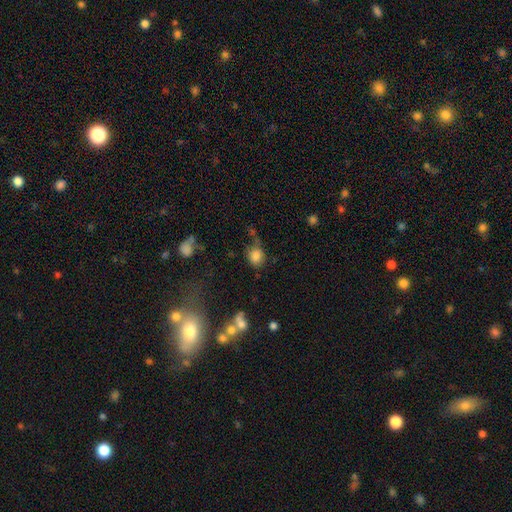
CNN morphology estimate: A smooth galaxy with no disk features (82%) that is round (70%). Merging: none (55%).